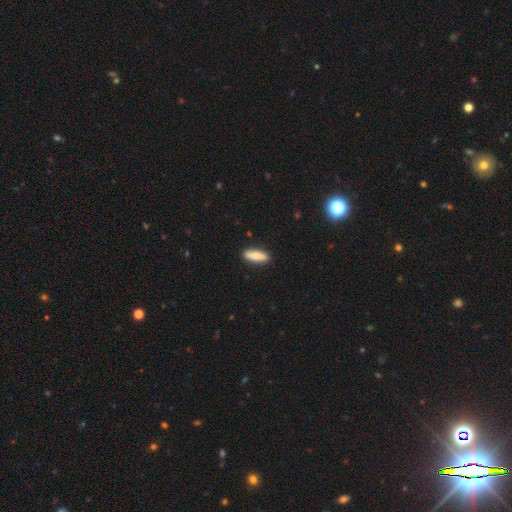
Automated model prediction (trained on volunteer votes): The model was most divided on "how rounded" (2-way tie): cigar-shaped: 49%, in between: 49%, round: 2%. More confident: merging — none (89%); smooth or featured — smooth (84%).